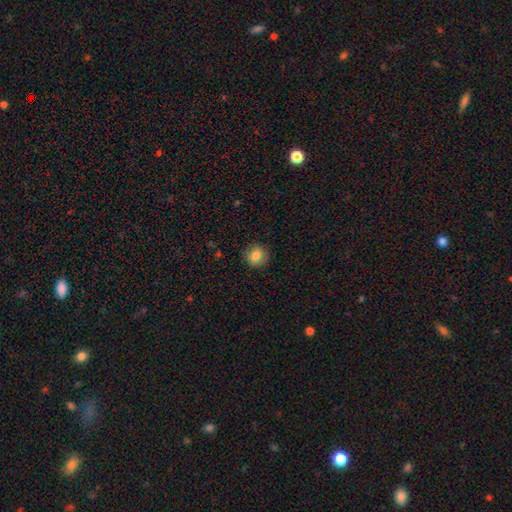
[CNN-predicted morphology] Smooth or featured: smooth — 83% (star or artifact — 10%)
How rounded: round — 90% (in between — 10%)
Merging: none — 88% (minor disturbance — 9%)